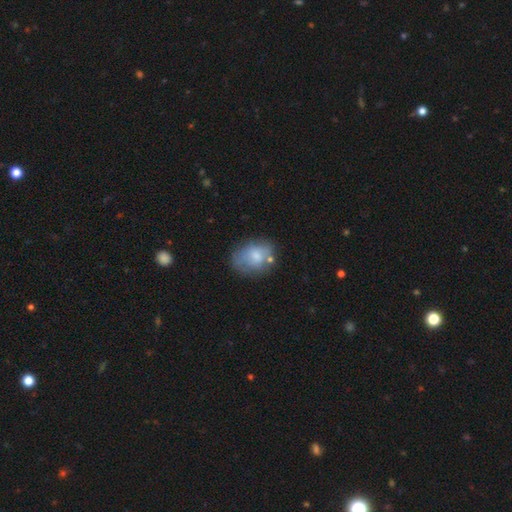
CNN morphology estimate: type=smooth (66%); roundness=in between (62%); merging=none (54%).